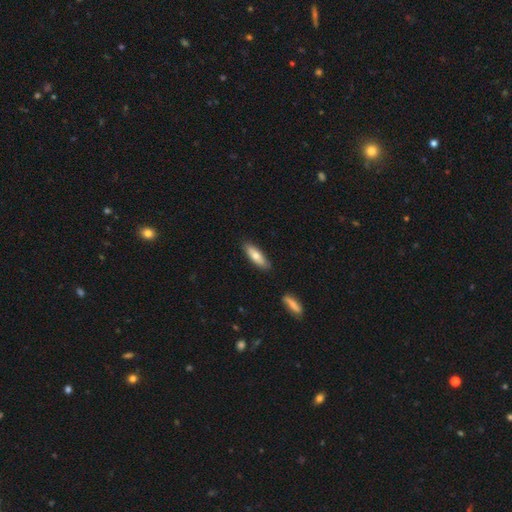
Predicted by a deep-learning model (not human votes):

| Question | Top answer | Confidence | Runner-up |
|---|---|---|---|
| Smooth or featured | smooth | 72% | featured or disk (22%) |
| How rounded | in between | 53% | cigar-shaped (45%) |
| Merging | none | 85% | minor disturbance (11%) |